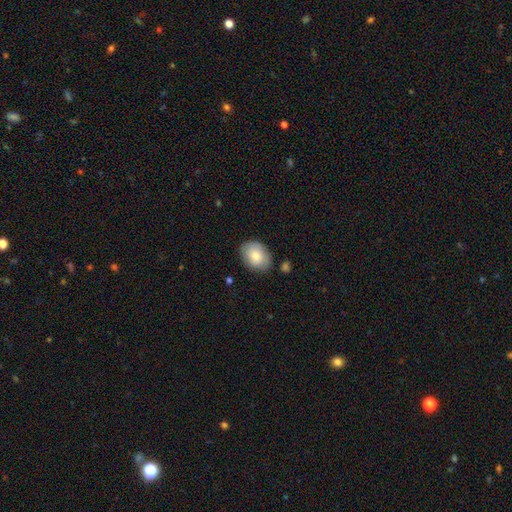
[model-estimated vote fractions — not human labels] Q: Smooth or featured?
A: smooth (78%); runner-up: featured or disk (16%)
Q: How rounded?
A: in between (70%); runner-up: round (29%)
Q: Merging?
A: none (78%); runner-up: minor disturbance (16%)